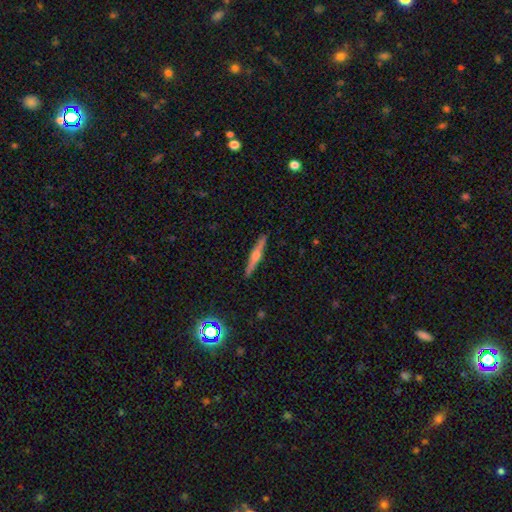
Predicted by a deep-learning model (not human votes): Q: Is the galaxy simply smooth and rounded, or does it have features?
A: featured or disk — 70%.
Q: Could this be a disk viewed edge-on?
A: yes — 98%.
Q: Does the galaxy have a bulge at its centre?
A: rounded — 89%.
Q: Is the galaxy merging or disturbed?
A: none — 91%.